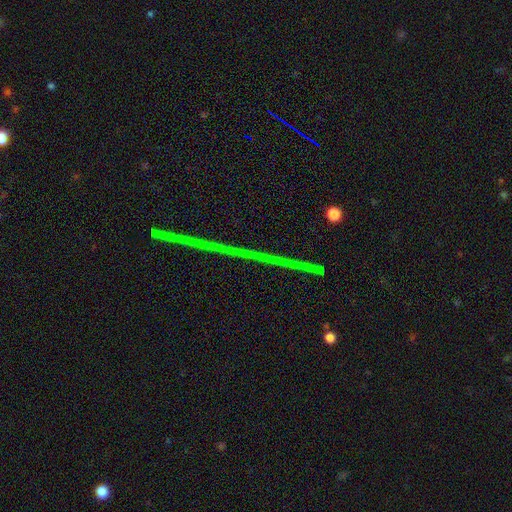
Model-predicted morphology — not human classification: Smooth or featured: star or artifact — 82% (featured or disk — 12%)